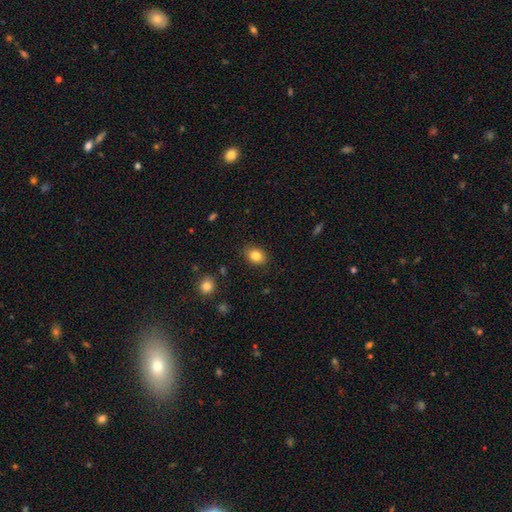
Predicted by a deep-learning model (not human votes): Smooth or featured: smooth — 84% (star or artifact — 9%)
How rounded: in between — 68% (round — 31%)
Merging: none — 86% (minor disturbance — 10%)